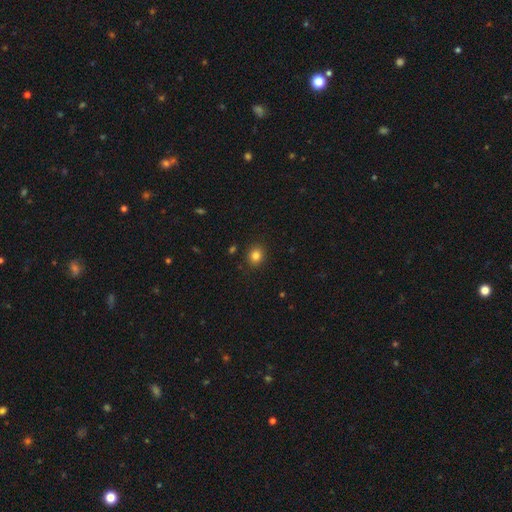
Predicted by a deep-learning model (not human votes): smooth 83%, star or artifact 12%, featured or disk 5%. Down the decision tree: how rounded — round (73%); merging — none (89%).